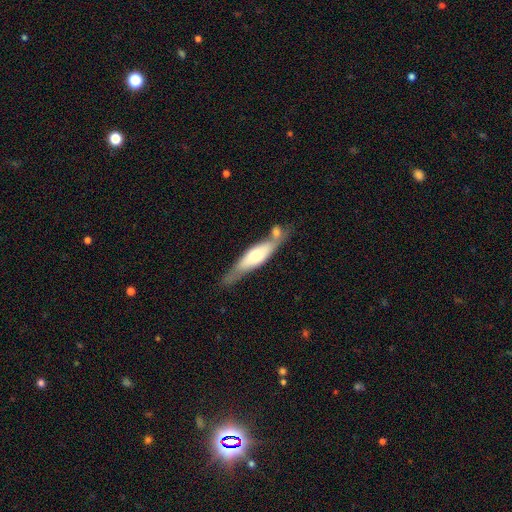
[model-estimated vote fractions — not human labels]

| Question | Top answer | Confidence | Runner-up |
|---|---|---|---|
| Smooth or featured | smooth | 50% | featured or disk (45%) |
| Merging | none | 45% | merger (31%) |